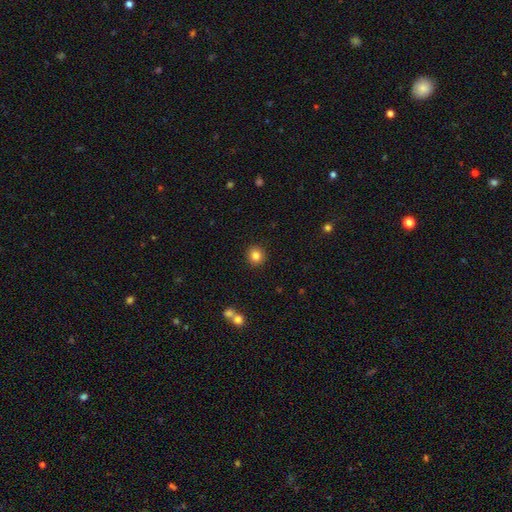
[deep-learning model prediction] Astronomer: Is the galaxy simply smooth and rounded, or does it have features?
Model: smooth — 83%.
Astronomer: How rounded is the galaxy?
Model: round — 91%.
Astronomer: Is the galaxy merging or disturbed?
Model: none — 92%.